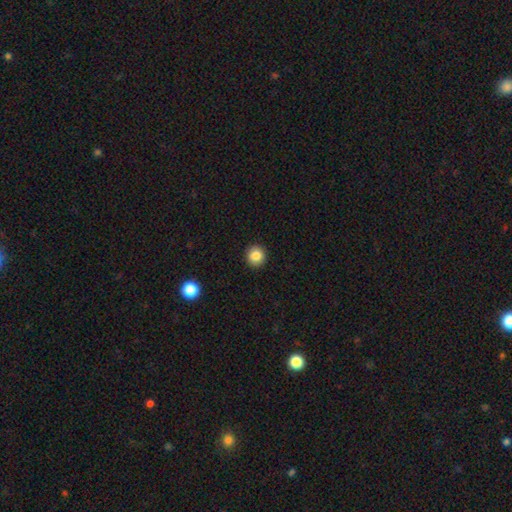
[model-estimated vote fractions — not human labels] Smooth or featured?
  - smooth: 85% *
  - star or artifact: 10%
  - featured or disk: 6%
How rounded?
  - round: 93% *
  - in between: 6%
  - cigar-shaped: 1%
Merging?
  - none: 93% *
  - minor disturbance: 5%
  - major disturbance: 2%
  - merger: 1%